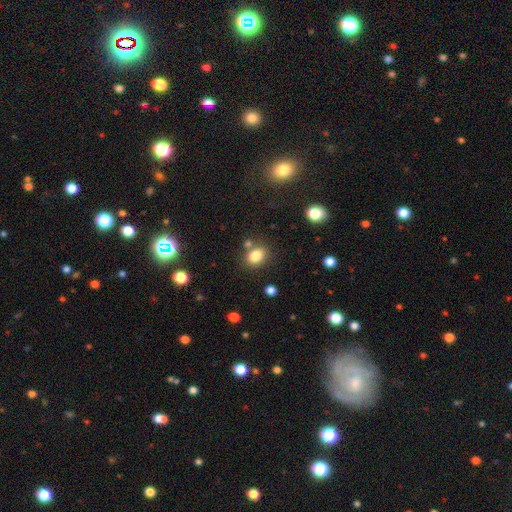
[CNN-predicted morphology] smooth-or-featured: smooth: 83% | star or artifact: 11% | featured or disk: 6%
  how-rounded: in between: 57% | round: 42% | cigar-shaped: 1%
  merging: none: 73% | minor disturbance: 12% | merger: 11% | major disturbance: 4%